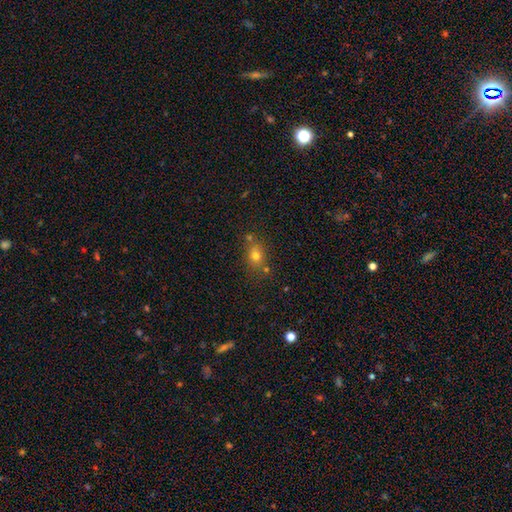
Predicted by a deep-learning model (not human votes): Q: Smooth or featured?
A: smooth (71%); runner-up: star or artifact (17%)
Q: How rounded?
A: in between (49%); tied with: round (49%)
Q: Merging?
A: none (66%); runner-up: minor disturbance (15%)